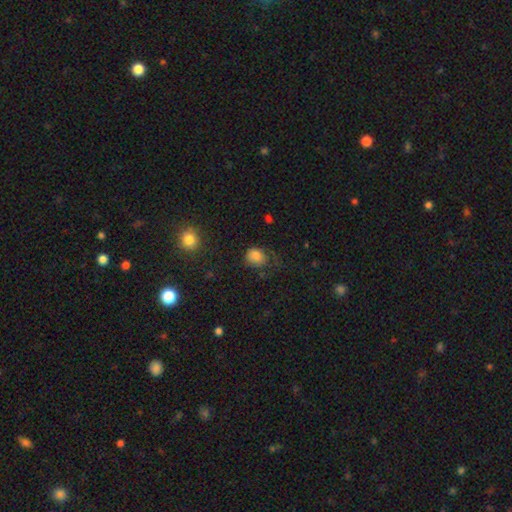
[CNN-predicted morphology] Smooth or featured: smooth — 79% (star or artifact — 12%)
How rounded: round — 57% (in between — 41%)
Merging: none — 48% (minor disturbance — 26%)